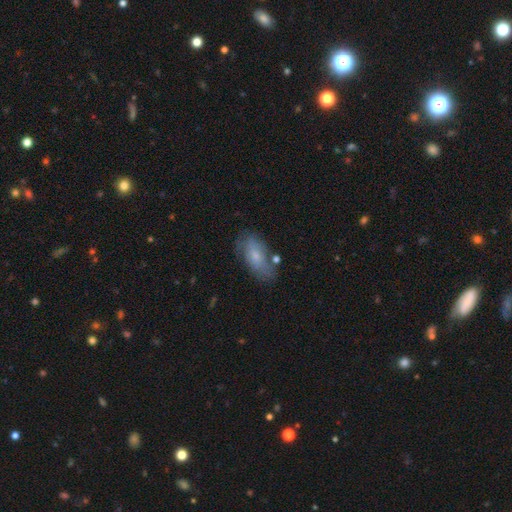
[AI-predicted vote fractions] This appears to be a smooth galaxy with no disk features (64%) that is in between round and cigar-shaped (87%). Merging: none (66%).